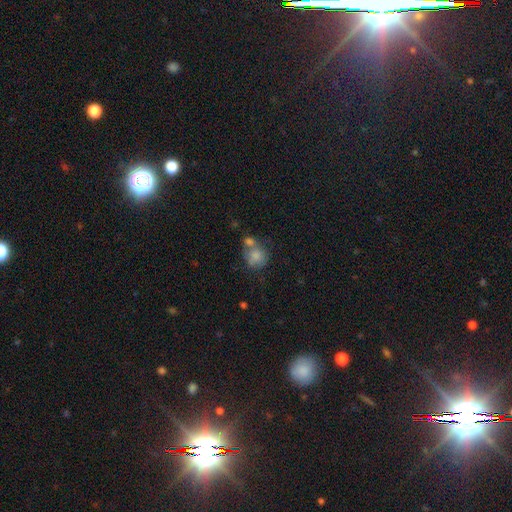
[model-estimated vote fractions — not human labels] A smooth galaxy with no disk features (77%) that is round (71%). Merging: merger (45%).